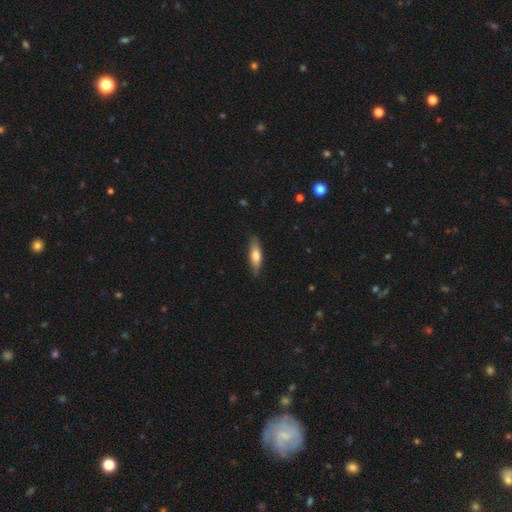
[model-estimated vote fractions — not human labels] Smooth or featured? smooth (67%)
How rounded? cigar-shaped (59%)
Merging? none (85%)